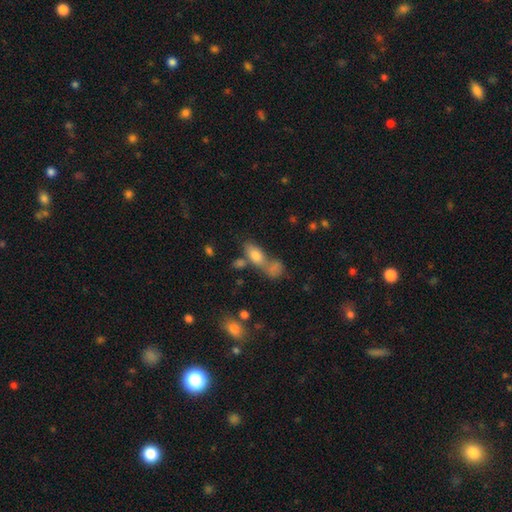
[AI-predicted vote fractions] Smooth or featured? smooth (76%)
How rounded? in between (82%)
Merging? merger (43%)